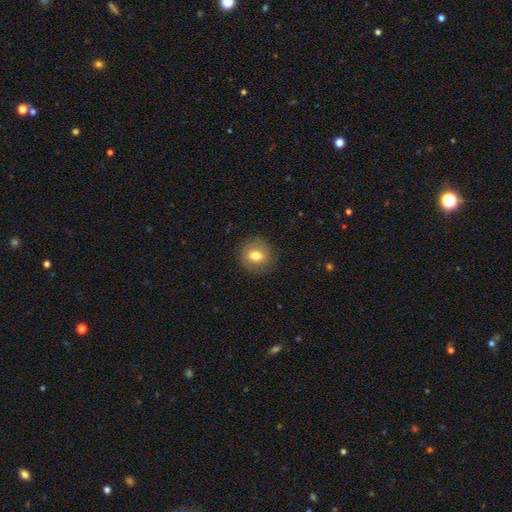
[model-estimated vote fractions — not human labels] This is likely a smooth galaxy (75%). How rounded: clearly round (81%). Merging: clearly none (87%).